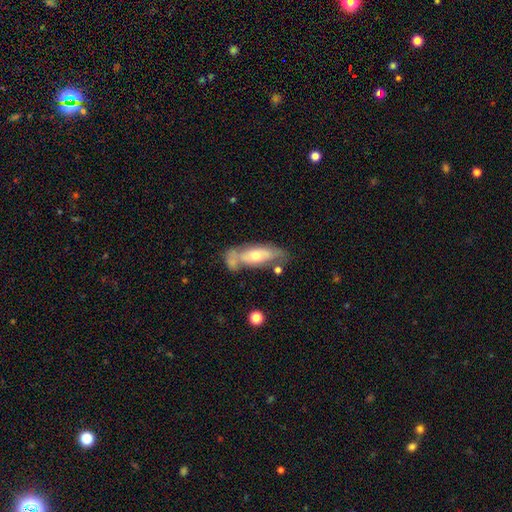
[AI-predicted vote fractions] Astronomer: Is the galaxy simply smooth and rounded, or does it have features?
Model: featured or disk — 53% (runner-up: smooth, 40%).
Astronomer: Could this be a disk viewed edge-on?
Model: no — 72%.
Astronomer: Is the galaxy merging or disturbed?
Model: none — 46% (runner-up: merger, 23%).